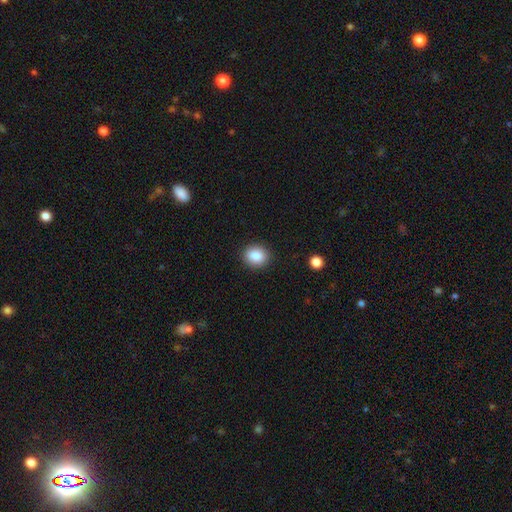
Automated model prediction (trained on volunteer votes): The model was most divided on "how rounded": round: 70%, in between: 29%, cigar-shaped: 1%. More confident: merging — none (89%); smooth or featured — smooth (87%).